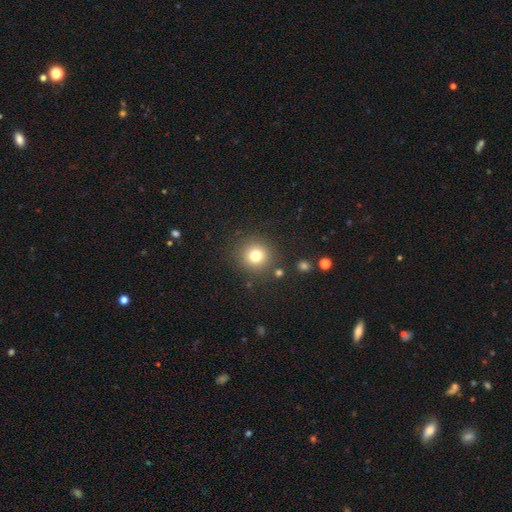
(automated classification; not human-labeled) Smooth or featured? Predicted: smooth (p=0.77). How rounded? Predicted: round (p=0.93). Merging? Predicted: none (p=0.87).